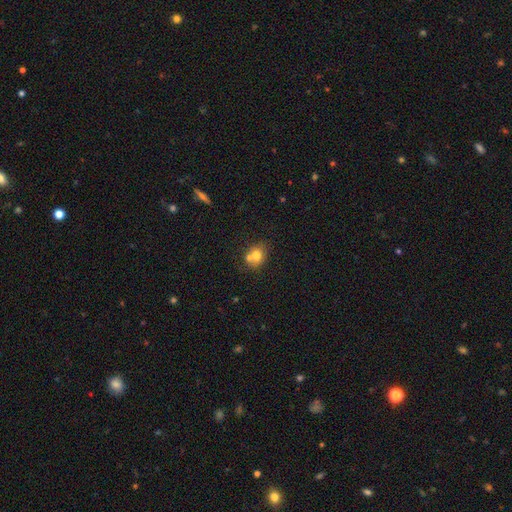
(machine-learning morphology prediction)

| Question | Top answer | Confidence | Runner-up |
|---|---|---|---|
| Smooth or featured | smooth | 73% | featured or disk (16%) |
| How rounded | round | 60% | in between (39%) |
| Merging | none | 48% | merger (36%) |